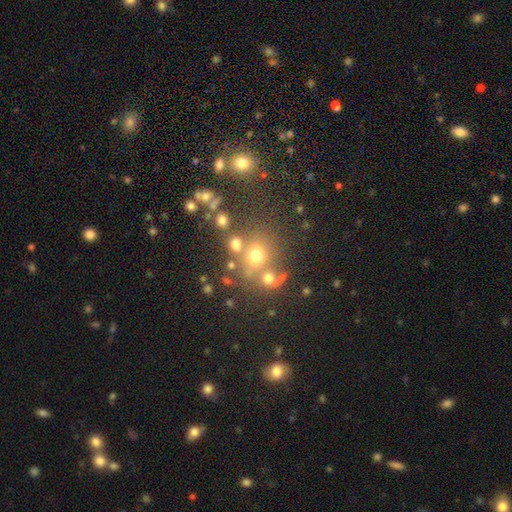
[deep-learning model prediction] Q: Smooth or featured?
A: smooth (57%); runner-up: star or artifact (28%)
Q: How rounded?
A: round (75%); runner-up: in between (24%)
Q: Merging?
A: none (58%); runner-up: merger (24%)